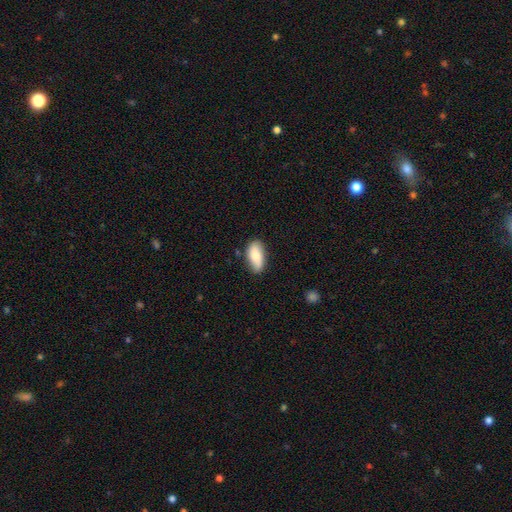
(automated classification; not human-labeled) Overall: smooth (77%). How rounded: in between (89%). Merging: none (77%).